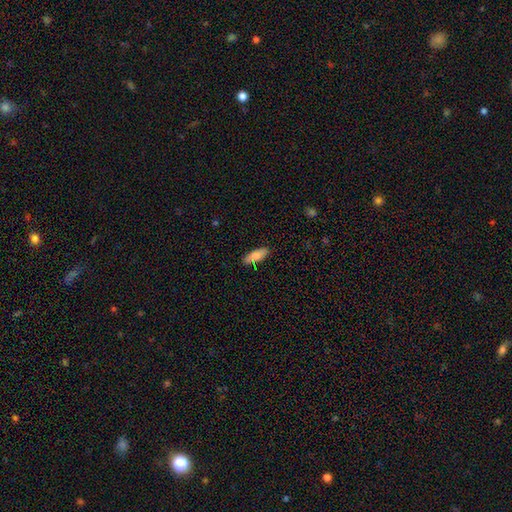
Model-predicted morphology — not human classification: A smooth galaxy with no disk features (76%) that is in between round and cigar-shaped (67%).

Vote fractions:
- Smooth or featured? smooth: 76% / featured or disk: 17% / star or artifact: 7%
- How rounded? in between: 67% / cigar-shaped: 30% / round: 2%
- Merging? none: 80% / minor disturbance: 14% / merger: 3% / major disturbance: 3%